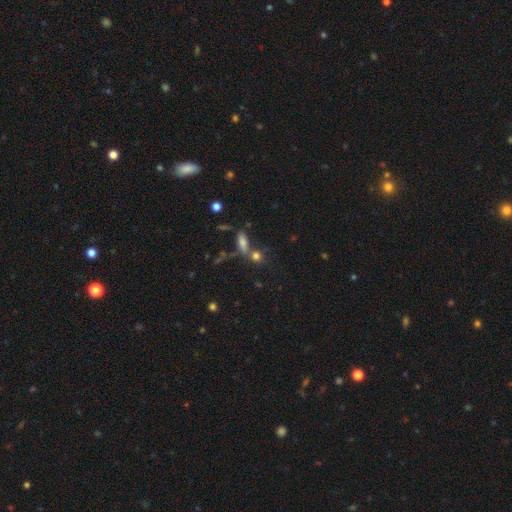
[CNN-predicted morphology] Smooth or featured? smooth (66%)
How rounded? in between (43%)
Merging? none (52%)